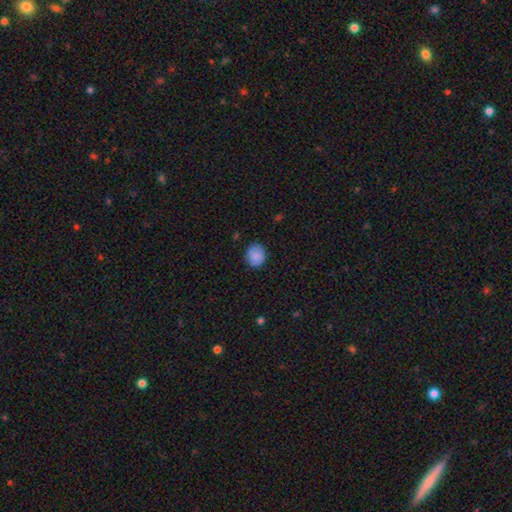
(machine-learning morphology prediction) A smooth galaxy with no disk features (88%) that is round (67%). Merging: none (82%).